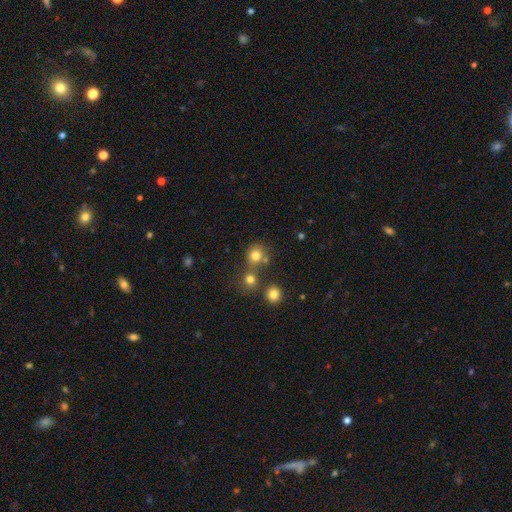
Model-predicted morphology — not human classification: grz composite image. It shows a smooth galaxy with no disk features (78%) that is round (87%). Merging: none (60%).